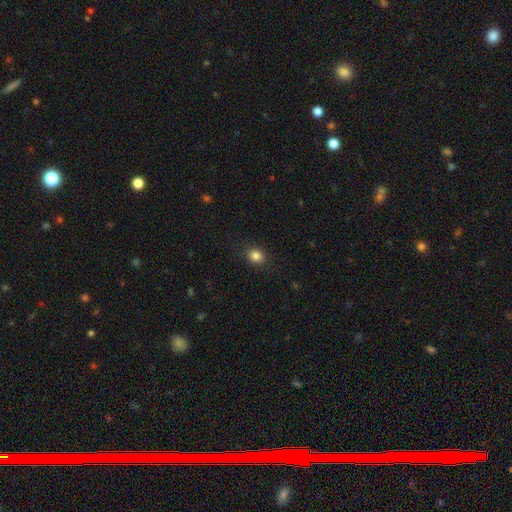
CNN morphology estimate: smooth-or-featured: smooth: 85% | star or artifact: 11% | featured or disk: 5%
  how-rounded: round: 56% | in between: 43% | cigar-shaped: 1%
  merging: none: 88% | minor disturbance: 8% | major disturbance: 3% | merger: 1%